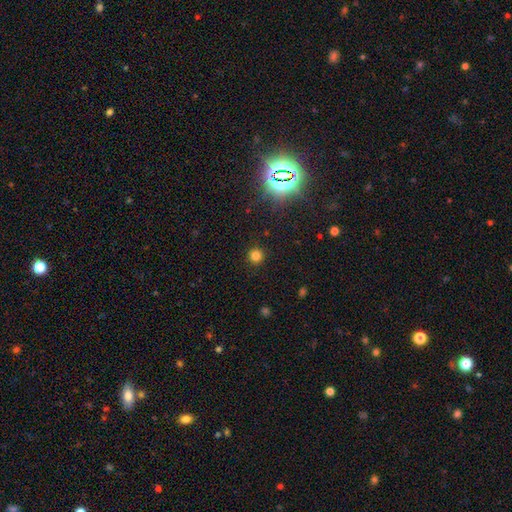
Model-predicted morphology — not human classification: This appears to be a smooth galaxy with no disk features (78%) that is round (95%). Merging: none (91%).